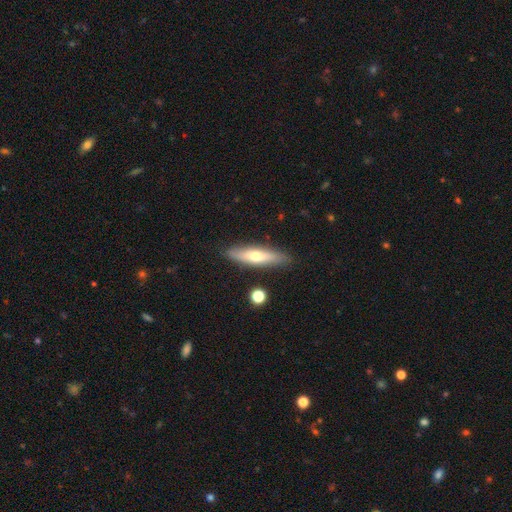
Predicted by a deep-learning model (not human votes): smooth-or-featured: smooth: 53% | featured or disk: 41% | star or artifact: 6%
  how-rounded: cigar-shaped: 73% | in between: 25% | round: 2%
  merging: none: 86% | minor disturbance: 10% | merger: 2% | major disturbance: 2%